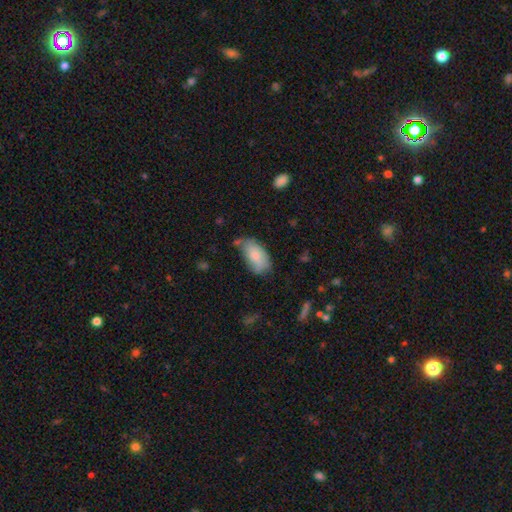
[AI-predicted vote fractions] smooth-or-featured: smooth: 78% | featured or disk: 15% | star or artifact: 6%
  how-rounded: in between: 94% | round: 3% | cigar-shaped: 3%
  merging: none: 51% | minor disturbance: 33% | major disturbance: 9% | merger: 6%